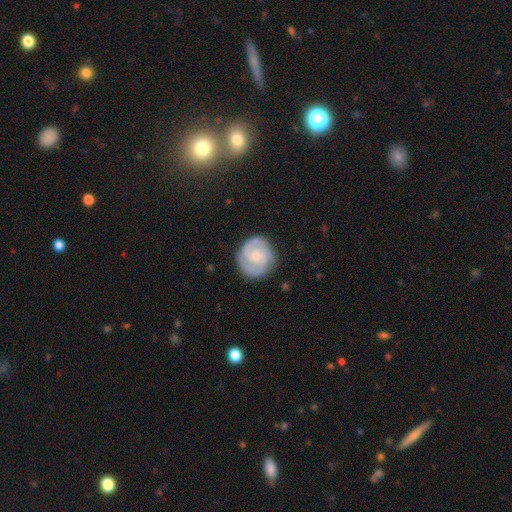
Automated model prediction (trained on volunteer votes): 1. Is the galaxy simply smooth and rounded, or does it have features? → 77% featured or disk, 18% smooth, 5% star or artifact.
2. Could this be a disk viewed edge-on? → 98% no, 2% yes.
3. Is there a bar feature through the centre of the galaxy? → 60% no, 34% weak, 5% strong.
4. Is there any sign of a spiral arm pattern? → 95% yes, 5% no.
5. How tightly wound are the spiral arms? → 53% tight, 39% medium, 9% loose.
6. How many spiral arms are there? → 66% 2, 15% 3, 11% can't tell, 3% 1, 2% 4, 2% more than 4.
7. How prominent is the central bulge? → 59% small, 31% moderate, 7% none, 2% large, 1% dominant.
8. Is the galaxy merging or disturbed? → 80% none, 14% minor disturbance, 5% major disturbance, 1% merger.